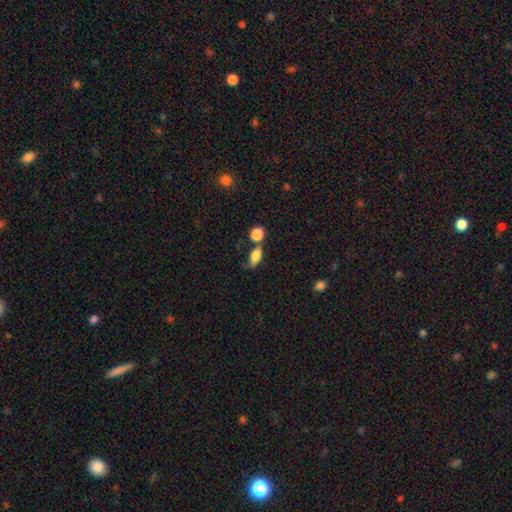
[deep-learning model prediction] Morphology: type=smooth (77%); roundness=in between (81%); merging=none (36%).